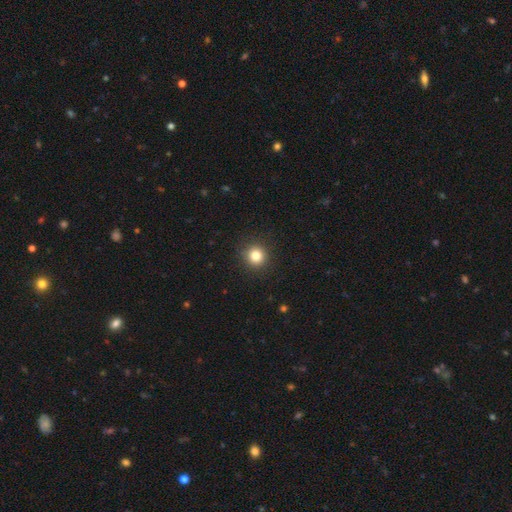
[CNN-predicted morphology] Smooth or featured?
  - smooth: 83% *
  - star or artifact: 12%
  - featured or disk: 5%
How rounded?
  - round: 94% *
  - in between: 6%
  - cigar-shaped: 1%
Merging?
  - none: 92% *
  - minor disturbance: 5%
  - major disturbance: 2%
  - merger: 1%